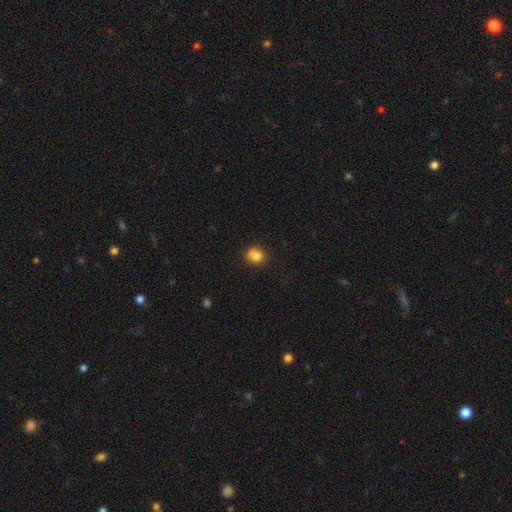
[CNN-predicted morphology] A smooth galaxy with no disk features (82%) that is round (74%). Merging: none (72%).